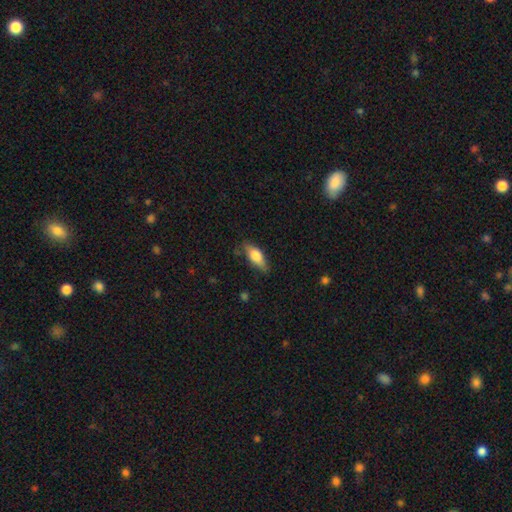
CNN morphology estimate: Smooth or featured? Predicted: smooth (p=0.69). How rounded? Predicted: in between (p=0.71). Merging? Predicted: none (p=0.77).